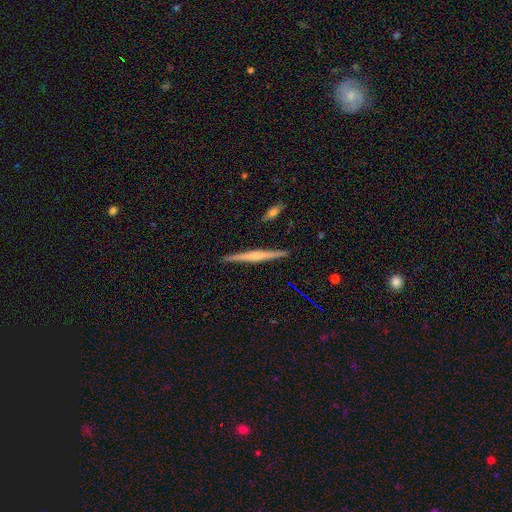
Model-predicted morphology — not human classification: Overall: featured or disk (64%; smooth 31%). Edge-on disk: yes (98%). Edge-on bulge: none (41%; rounded 40%). Merging: none (92%).